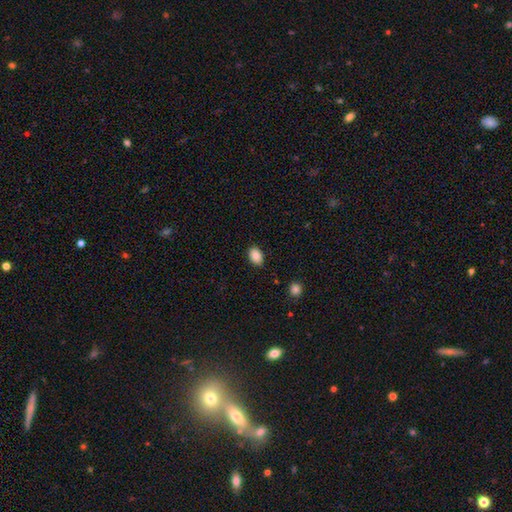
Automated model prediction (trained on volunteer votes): smooth-or-featured: smooth: 88% | star or artifact: 8% | featured or disk: 4%
  how-rounded: in between: 83% | round: 16% | cigar-shaped: 1%
  merging: none: 88% | minor disturbance: 9% | major disturbance: 2% | merger: 1%